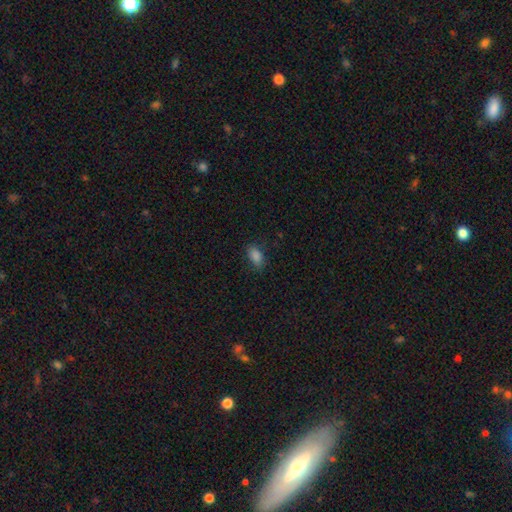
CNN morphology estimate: smooth_or_featured: smooth (p=0.85) [alt: star or artifact p=0.10]
how_rounded: in between (p=0.90) [alt: round p=0.07]
merging: none (p=0.78) [alt: minor disturbance p=0.17]